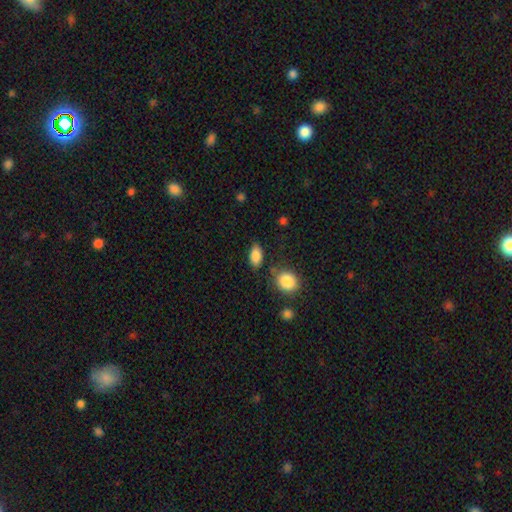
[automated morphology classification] smooth-or-featured: smooth: 86% | star or artifact: 8% | featured or disk: 6%
  how-rounded: in between: 90% | round: 7% | cigar-shaped: 4%
  merging: none: 75% | minor disturbance: 15% | merger: 5% | major disturbance: 4%